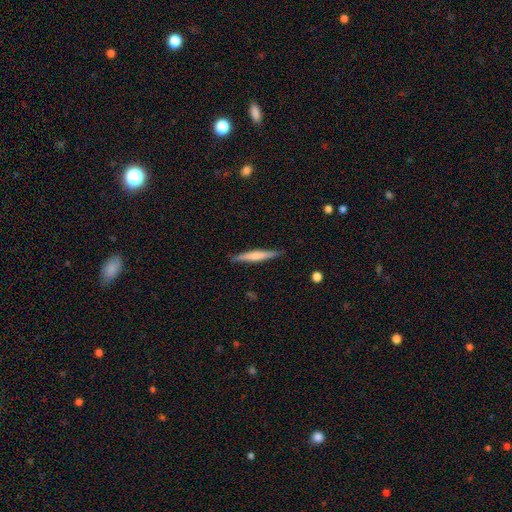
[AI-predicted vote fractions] Smooth or featured: smooth — 54% (featured or disk — 41%)
How rounded: cigar-shaped — 94% (in between — 5%)
Merging: none — 89% (minor disturbance — 8%)